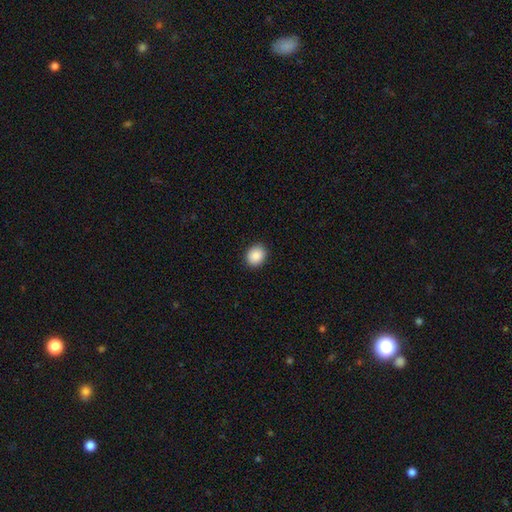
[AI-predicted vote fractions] Overall: smooth (89%). How rounded: round (59%; in between 40%). Merging: none (91%).